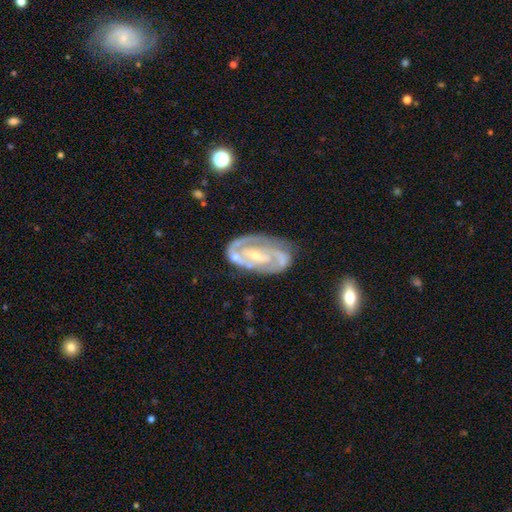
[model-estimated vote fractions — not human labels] smooth-or-featured: featured or disk: 86% | smooth: 9% | star or artifact: 5%
  disk-edge-on: no: 95% | yes: 5%
    bar: weak: 35% | no: 33% | strong: 32%
    has-spiral-arms: yes: 90% | no: 10%
      spiral-winding: tight: 52% | medium: 37% | loose: 11%
      spiral-arm-count: 2: 70% | can't tell: 15% | 3: 7% | 1: 5% | 4: 2% | more than 4: 2%
    bulge-size: small: 68% | moderate: 27% | none: 3% | large: 2% | dominant: 1%
  merging: none: 66% | minor disturbance: 20% | major disturbance: 9% | merger: 5%